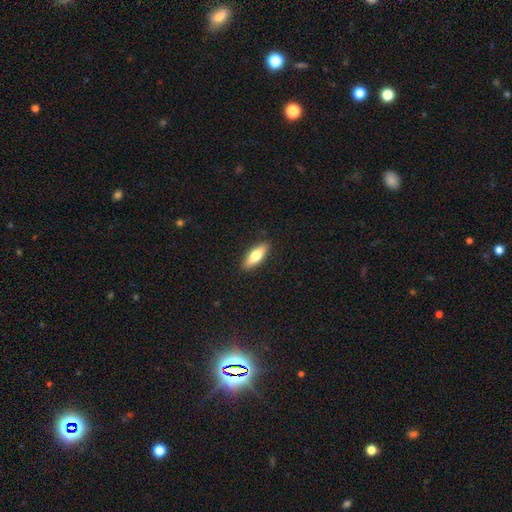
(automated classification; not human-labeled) A smooth galaxy with no disk features (66%) that is in between round and cigar-shaped (56%). Merging: none (90%).